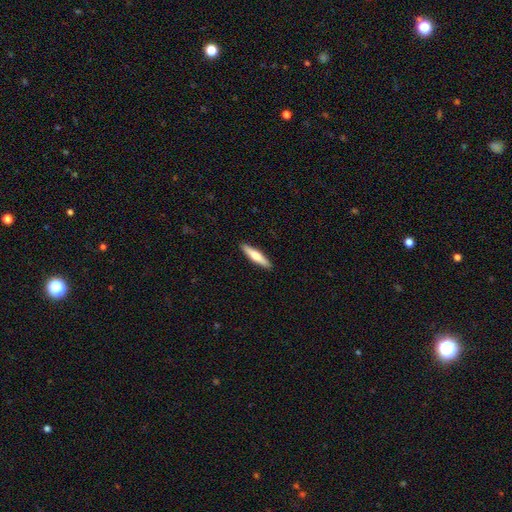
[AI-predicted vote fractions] This appears to be a smooth galaxy with no disk features (57%) that is cigar-shaped (84%). Merging: none (92%).